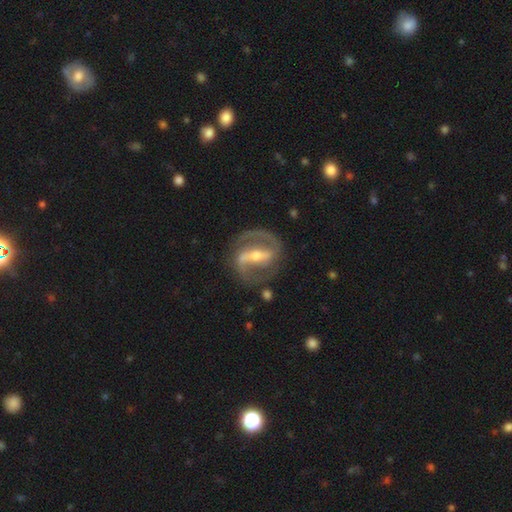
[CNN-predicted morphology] Smooth or featured? Predicted: featured or disk (p=0.90). Edge-on disk? Predicted: no (p=0.95). Bar? Predicted: strong (p=0.74). Spiral arms? Predicted: yes (p=0.93). Spiral winding? Predicted: medium (p=0.55). Spiral arm count? Predicted: 2 (p=0.91). Bulge size? Predicted: moderate (p=0.52). Merging? Predicted: none (p=0.80).